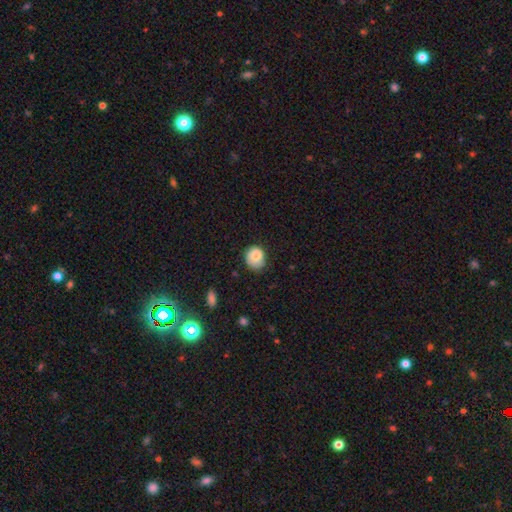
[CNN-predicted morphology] A smooth galaxy with no disk features (82%) that is round (68%).

Vote fractions:
- Smooth or featured? smooth: 82% / featured or disk: 10% / star or artifact: 9%
- How rounded? round: 68% / in between: 31% / cigar-shaped: 1%
- Merging? none: 62% / minor disturbance: 29% / major disturbance: 7% / merger: 2%